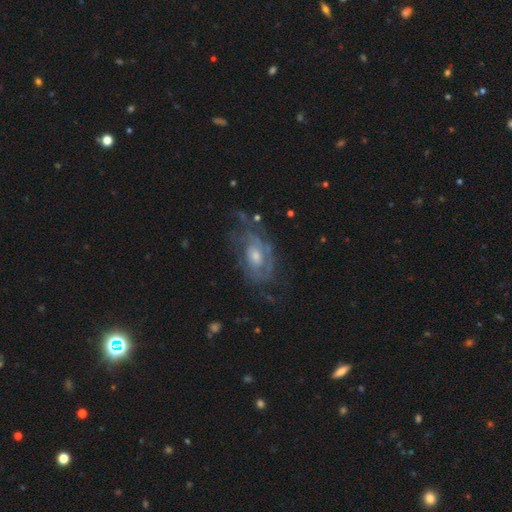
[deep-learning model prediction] smooth_or_featured: featured or disk (p=0.79) [alt: smooth p=0.13]
disk_edge_on: no (p=0.95) [alt: yes p=0.05]
bar: no (p=0.67) [alt: weak p=0.28]
has_spiral_arms: yes (p=0.85) [alt: no p=0.15]
spiral_winding: tight (p=0.54) [alt: medium p=0.34]
spiral_arm_count: can't tell (p=0.44) [alt: 2 p=0.33]
bulge_size: moderate (p=0.53) [alt: small p=0.39]
merging: none (p=0.60) [alt: minor disturbance p=0.22]